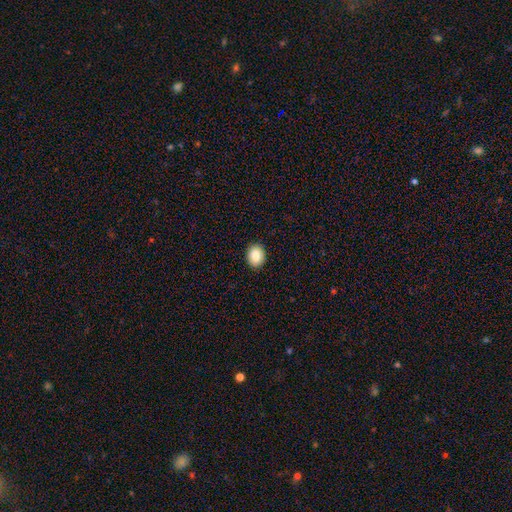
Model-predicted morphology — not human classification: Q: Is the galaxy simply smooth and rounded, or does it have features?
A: smooth — 86%.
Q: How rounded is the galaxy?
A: in between — 57%.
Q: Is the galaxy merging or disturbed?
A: none — 91%.